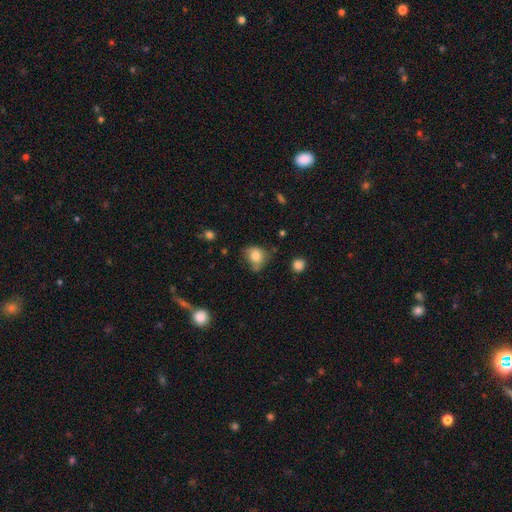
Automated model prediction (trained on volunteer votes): This is likely a smooth galaxy (80%). How rounded: likely round (61%). Merging: possibly none (52%).